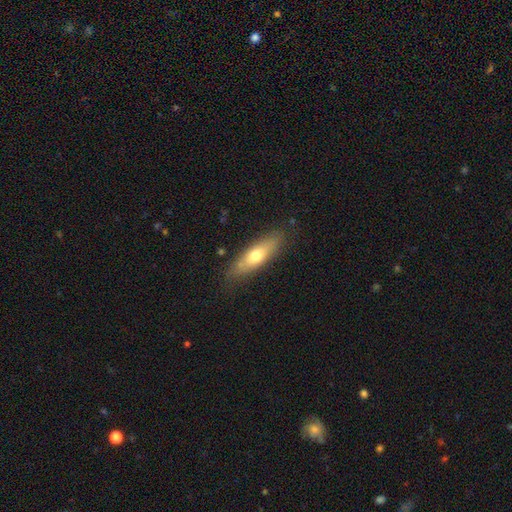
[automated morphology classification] Smooth or featured?
  - smooth: 61% *
  - featured or disk: 32%
  - star or artifact: 6%
How rounded?
  - cigar-shaped: 53% *
  - in between: 44%
  - round: 2%
Merging?
  - none: 81% *
  - minor disturbance: 14%
  - major disturbance: 3%
  - merger: 2%